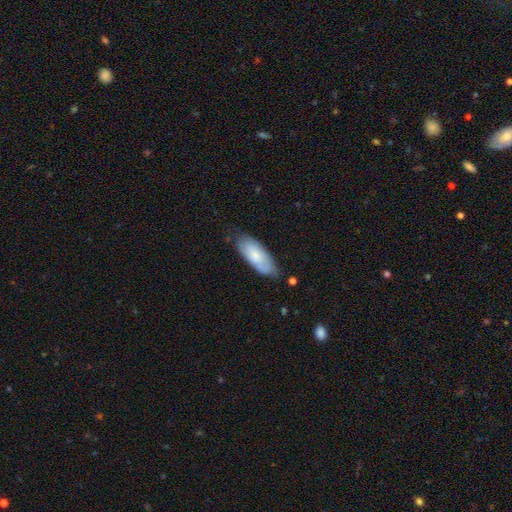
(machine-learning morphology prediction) This appears to be a smooth galaxy with no disk features (71%) that is in between round and cigar-shaped (78%). Merging: none (68%).